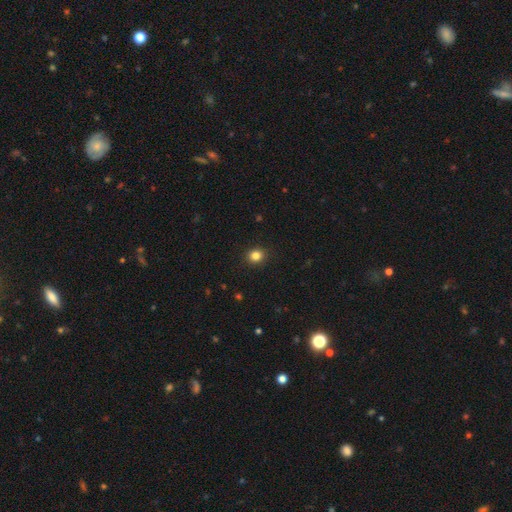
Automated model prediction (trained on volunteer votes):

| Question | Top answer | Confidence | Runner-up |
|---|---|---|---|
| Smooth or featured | smooth | 83% | star or artifact (12%) |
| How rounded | round | 78% | in between (21%) |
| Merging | none | 91% | minor disturbance (6%) |